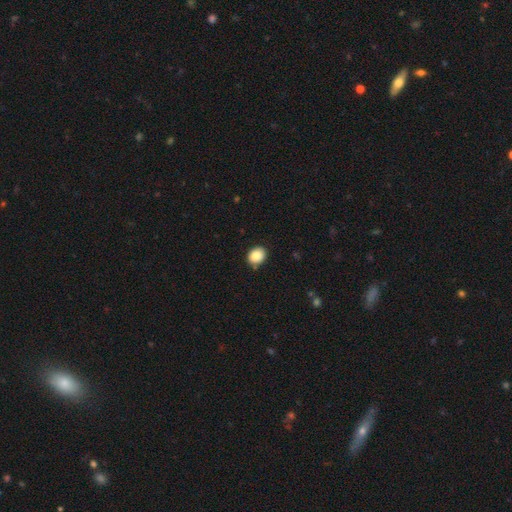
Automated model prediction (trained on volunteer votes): Overall: smooth (86%). How rounded: round (57%; in between 43%). Merging: none (85%).